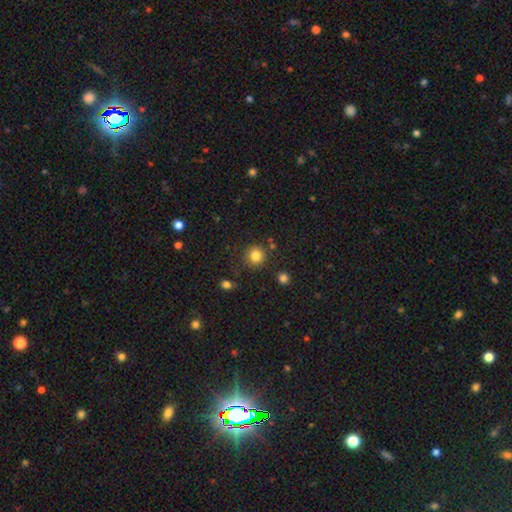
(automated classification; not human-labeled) Q: Smooth or featured?
A: smooth (83%); runner-up: star or artifact (12%)
Q: How rounded?
A: round (90%); runner-up: in between (9%)
Q: Merging?
A: none (82%); runner-up: minor disturbance (10%)